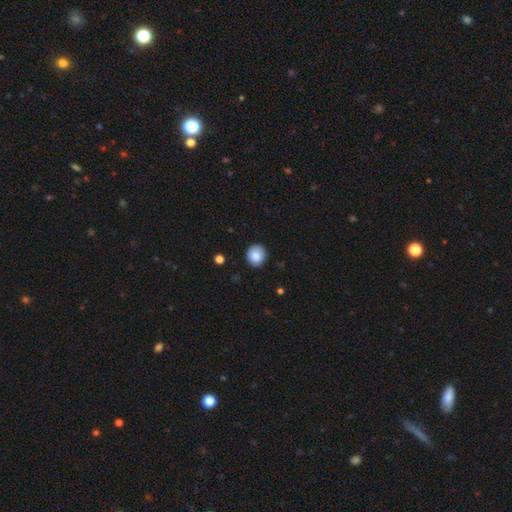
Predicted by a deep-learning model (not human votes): The model was most divided on "how rounded": round: 86%, in between: 13%, cigar-shaped: 1%. More confident: merging — none (88%); smooth or featured — smooth (86%).